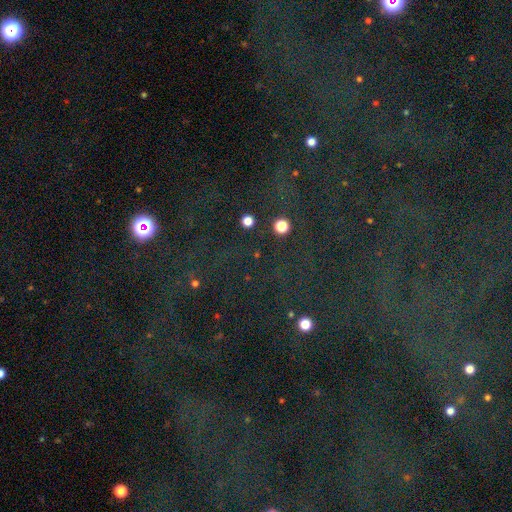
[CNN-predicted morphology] A star or artifact, not a galaxy (80%).

Vote fractions:
- Smooth or featured? star or artifact: 80% / smooth: 11% / featured or disk: 9%